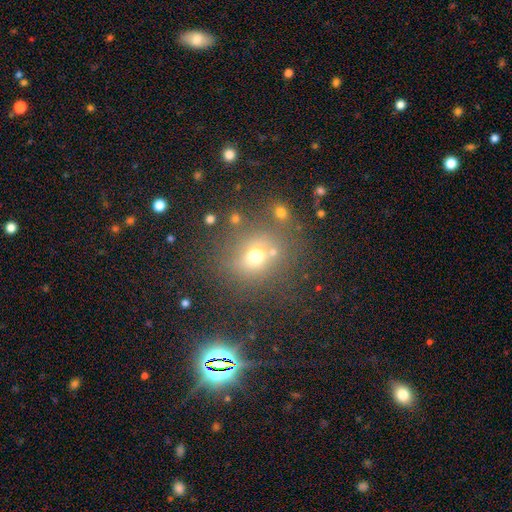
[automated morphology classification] smooth_or_featured: smooth (p=0.65) [alt: star or artifact p=0.21]
how_rounded: round (p=0.75) [alt: in between p=0.23]
merging: none (p=0.68) [alt: minor disturbance p=0.13]